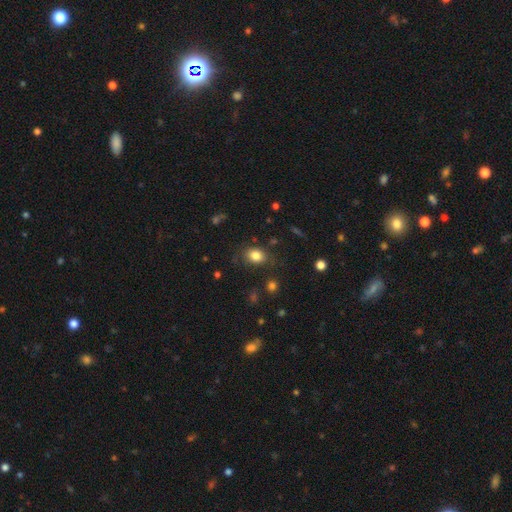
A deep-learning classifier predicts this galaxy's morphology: A smooth galaxy with no disk features (82%) that is in between round and cigar-shaped (57%). Merging: none (77%).